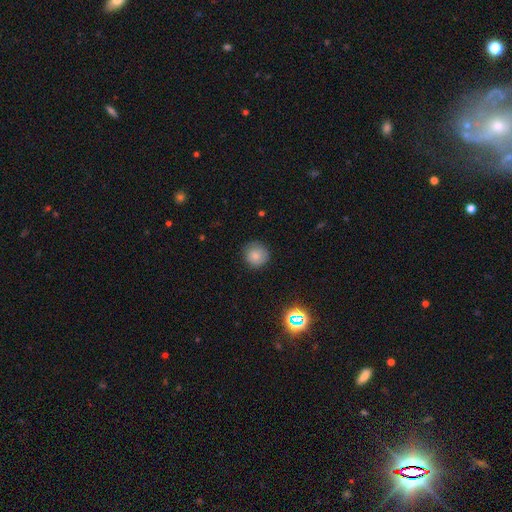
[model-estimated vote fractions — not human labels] A smooth galaxy with no disk features (79%) that is round (93%). Merging: none (81%).